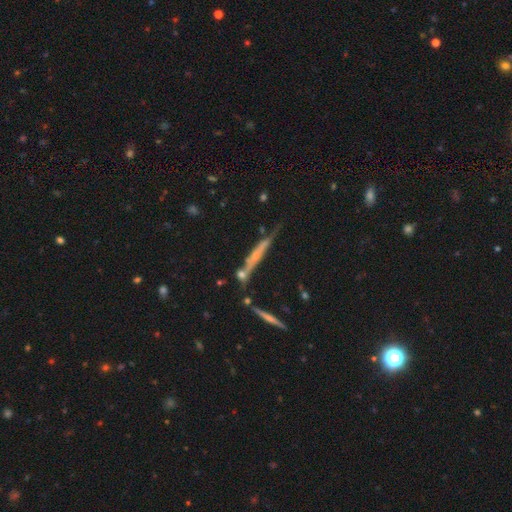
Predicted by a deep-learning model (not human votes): This appears to be a featured or disk galaxy (57%) viewed edge-on (91%) with no central bulge (55%). Merging: none (54%).